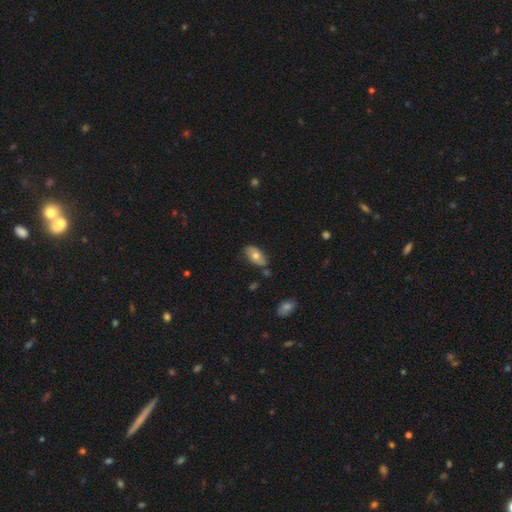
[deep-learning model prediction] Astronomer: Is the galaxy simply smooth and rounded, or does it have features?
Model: smooth — 64%.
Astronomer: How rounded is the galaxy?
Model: in between — 92%.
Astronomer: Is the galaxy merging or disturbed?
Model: none — 72%.